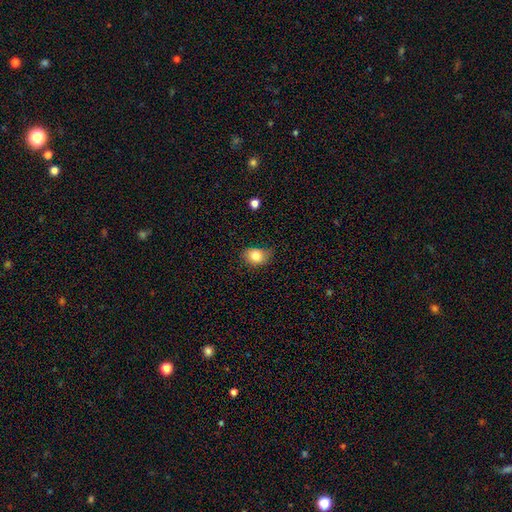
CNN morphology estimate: A smooth galaxy with no disk features (83%) that is in between round and cigar-shaped (58%). Merging: none (65%).